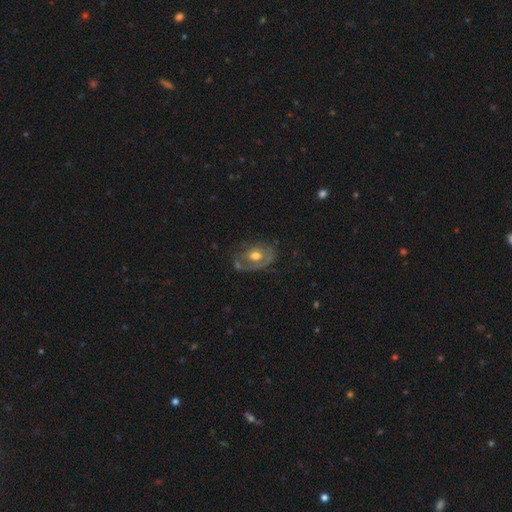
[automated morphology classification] The model was most divided on "spiral arms": no: 55%, yes: 45%. Remaining: edge-on disk — no (94%); bar — no (80%); bulge size — moderate (68%); smooth or featured — featured or disk (57%); merging — none (48%).